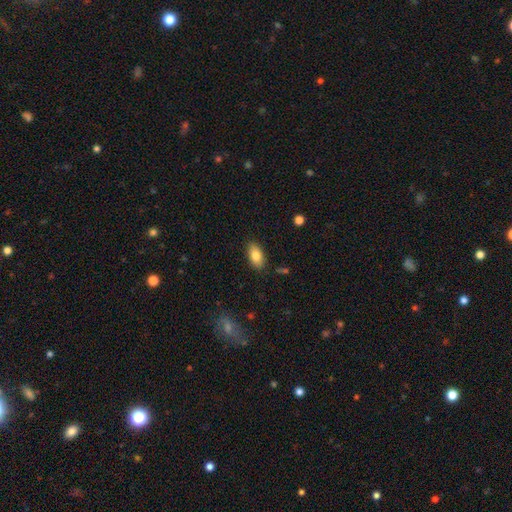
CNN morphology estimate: Overall: smooth (82%). How rounded: in between (91%). Merging: none (86%).